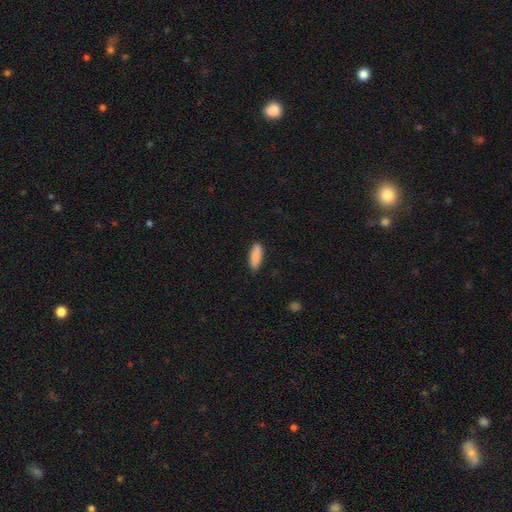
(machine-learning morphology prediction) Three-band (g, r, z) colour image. It shows a smooth galaxy with no disk features (90%) that is in between round and cigar-shaped (62%). Merging: none (88%).